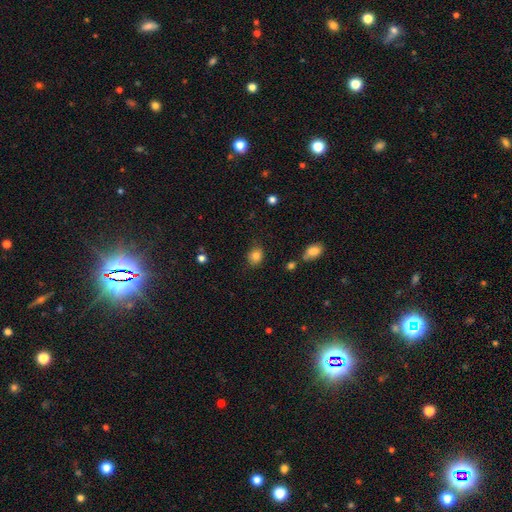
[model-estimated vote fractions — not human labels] A smooth galaxy with no disk features (82%) that is round (55%). Merging: none (80%).